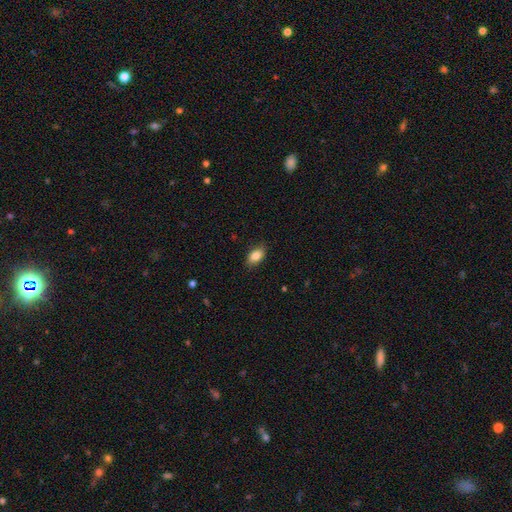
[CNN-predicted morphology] type=smooth (84%); roundness=in between (89%); merging=none (83%).